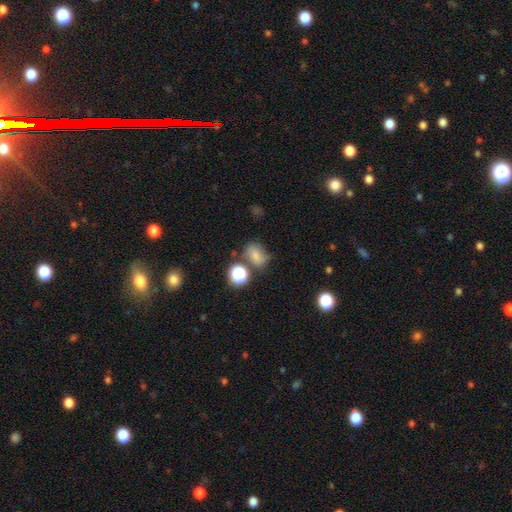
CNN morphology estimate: type=smooth (68%); roundness=in between (58%); merging=none (56%).